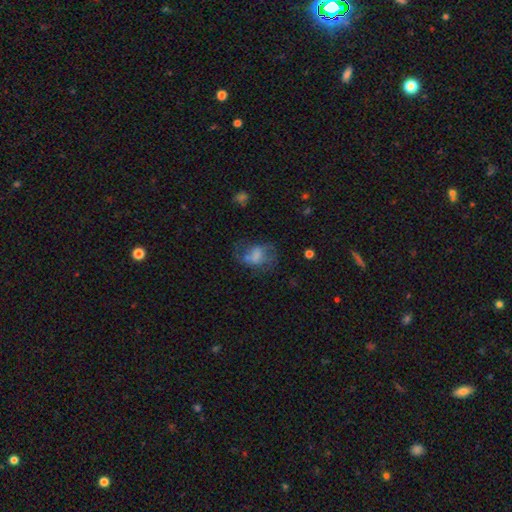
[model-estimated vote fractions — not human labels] This appears to be a smooth galaxy with no disk features (50%). Merging: none (38%).